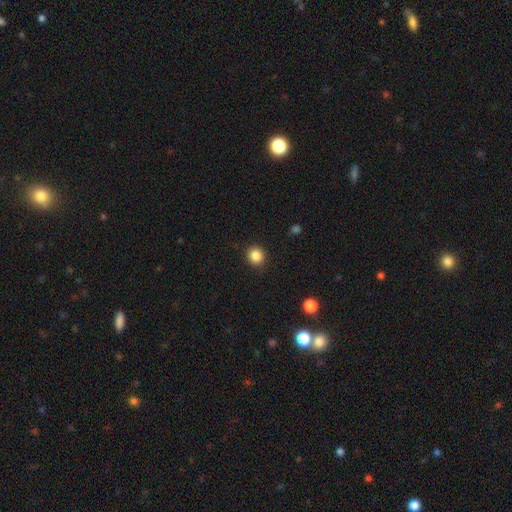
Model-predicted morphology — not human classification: This appears to be a smooth galaxy with no disk features (86%) that is round (90%). Merging: none (90%).